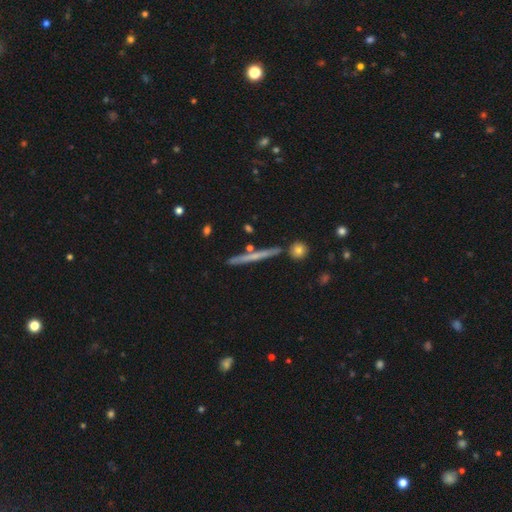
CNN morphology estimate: This is possibly a featured or disk galaxy (59%). It is clearly viewed edge-on (96%). Edge-on bulge: likely none (65%). Merging: clearly none (84%).